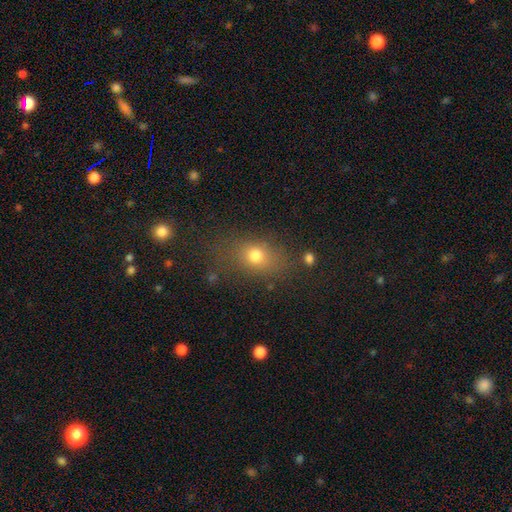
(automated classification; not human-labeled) Smooth or featured? smooth (74%)
How rounded? in between (63%)
Merging? none (74%)